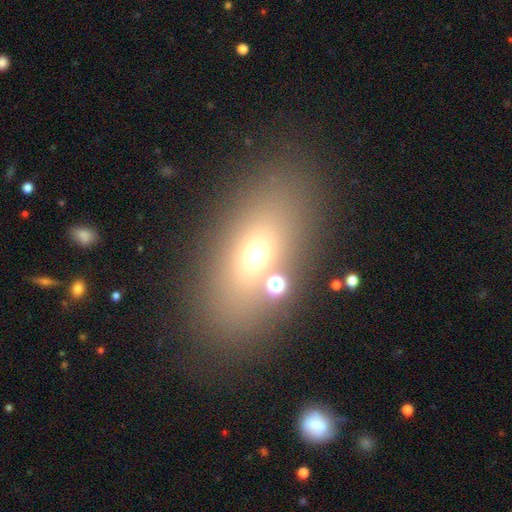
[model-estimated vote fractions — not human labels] A smooth galaxy with no disk features (63%) that is in between round and cigar-shaped (79%). Merging: none (74%).